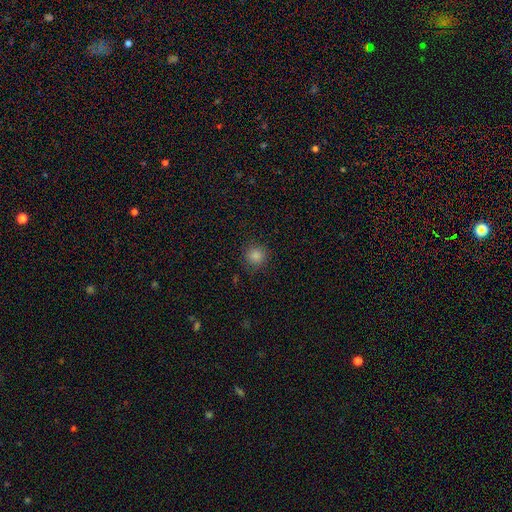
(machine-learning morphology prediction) smooth 84%, star or artifact 12%, featured or disk 3%. Down the decision tree: how rounded — round (93%); merging — none (89%).